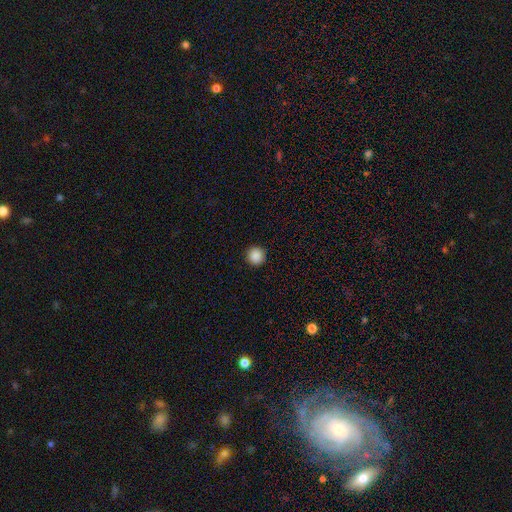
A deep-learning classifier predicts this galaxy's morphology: Overall: smooth (88%). How rounded: round (96%). Merging: none (93%).